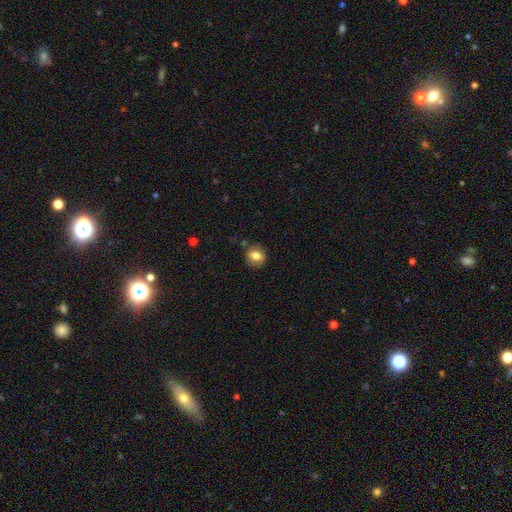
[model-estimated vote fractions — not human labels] The model was most divided on "how rounded": round: 60%, in between: 39%, cigar-shaped: 1%. More confident: merging — none (80%); smooth or featured — smooth (76%).